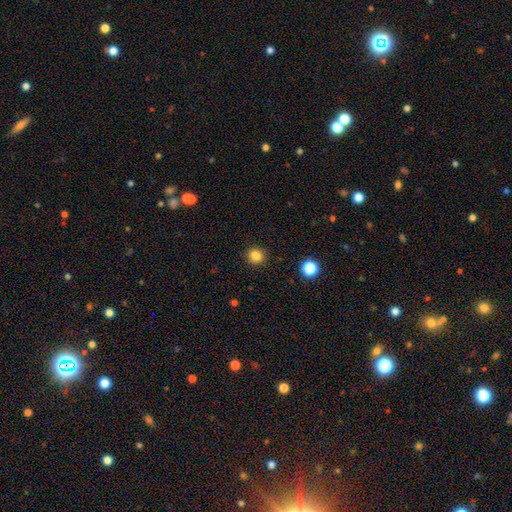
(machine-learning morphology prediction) Q: Smooth or featured?
A: smooth (84%); runner-up: star or artifact (12%)
Q: How rounded?
A: round (79%); runner-up: in between (20%)
Q: Merging?
A: none (89%); runner-up: minor disturbance (7%)